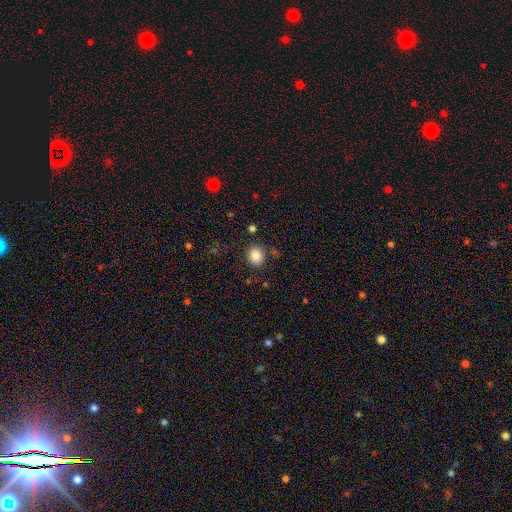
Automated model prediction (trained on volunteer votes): Smooth or featured: smooth — 86% (star or artifact — 10%)
How rounded: round — 75% (in between — 24%)
Merging: none — 85% (minor disturbance — 9%)